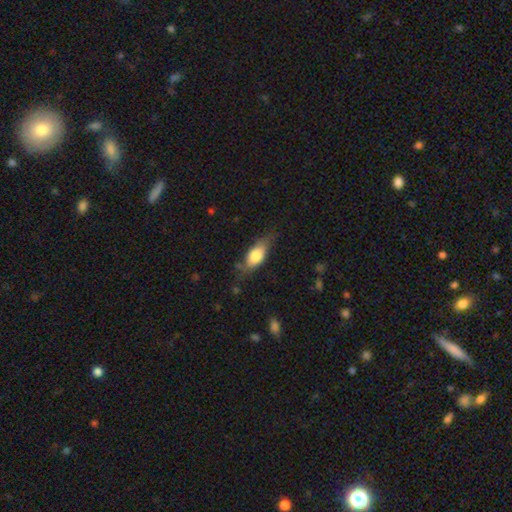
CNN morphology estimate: Q: Smooth or featured?
A: smooth (70%); runner-up: featured or disk (23%)
Q: How rounded?
A: in between (78%); runner-up: cigar-shaped (18%)
Q: Merging?
A: none (61%); runner-up: minor disturbance (29%)